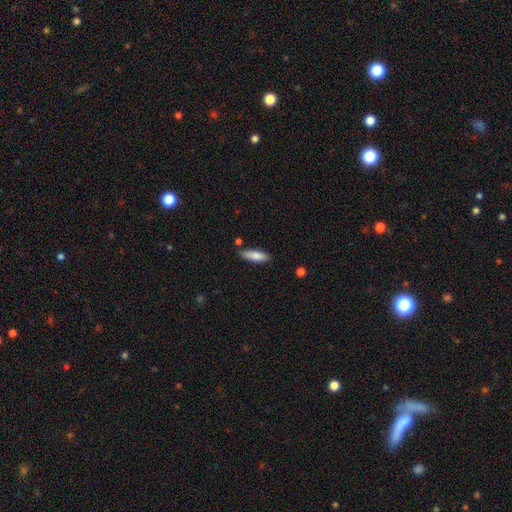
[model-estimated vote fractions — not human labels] Morphology: type=smooth (81%); roundness=cigar-shaped (50%); merging=none (78%).